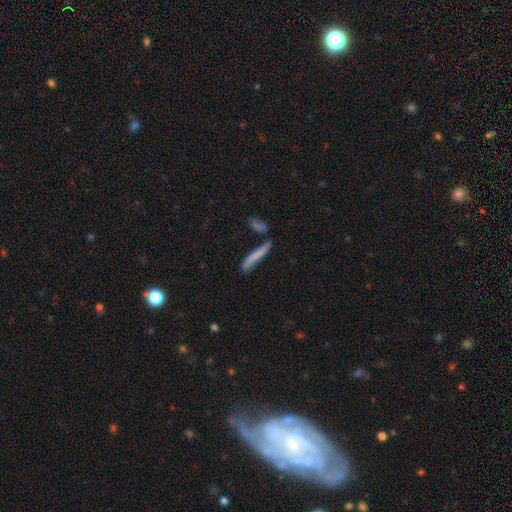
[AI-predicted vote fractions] A smooth galaxy with no disk features (69%) that is cigar-shaped (93%). Merging: none (71%).